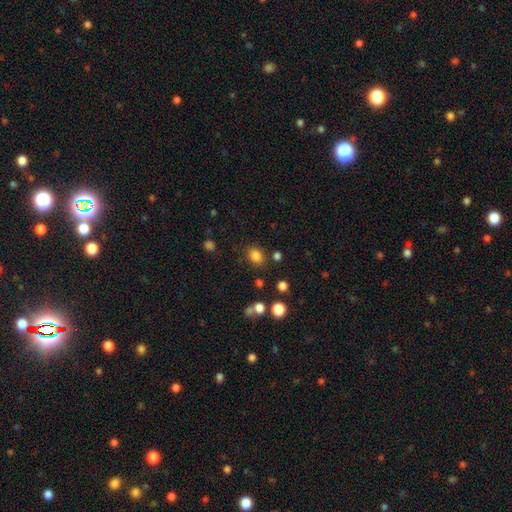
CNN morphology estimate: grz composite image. It shows a smooth galaxy with no disk features (82%) that is in between round and cigar-shaped (58%). Merging: none (80%).